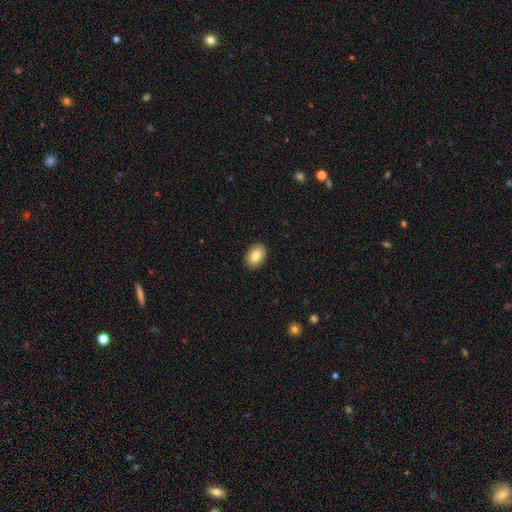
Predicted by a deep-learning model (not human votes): Morphology: type=smooth (84%); roundness=in between (85%); merging=none (90%).